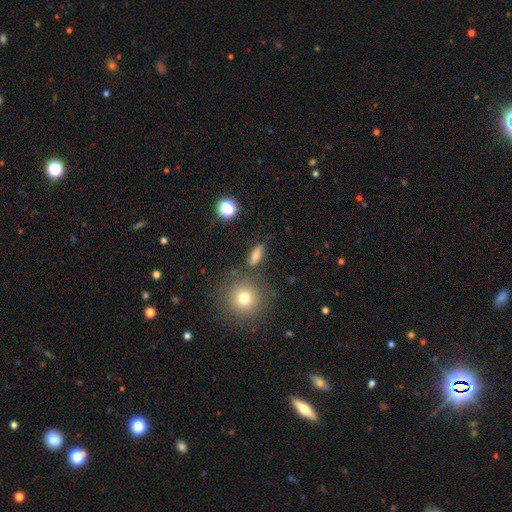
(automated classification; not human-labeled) smooth 68%, featured or disk 18%, star or artifact 14%. Down the decision tree: how rounded — in between (58%); merging — none (78%).